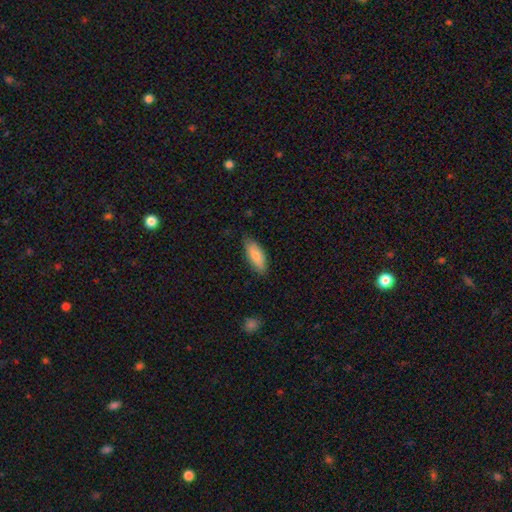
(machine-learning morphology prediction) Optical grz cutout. It shows a smooth galaxy with no disk features (83%) that is in between round and cigar-shaped (78%). Merging: none (77%).